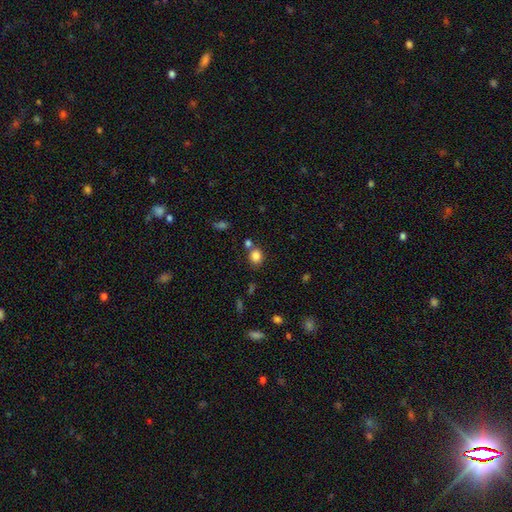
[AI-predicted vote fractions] A smooth galaxy with no disk features (83%) that is round (65%). Merging: none (66%).